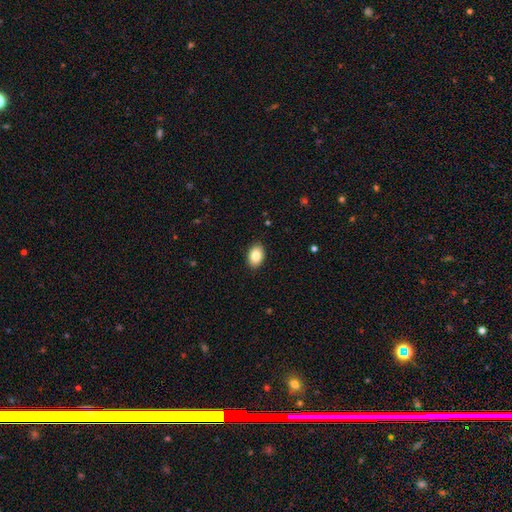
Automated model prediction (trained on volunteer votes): Morphology: type=smooth (85%); roundness=in between (87%); merging=none (89%).